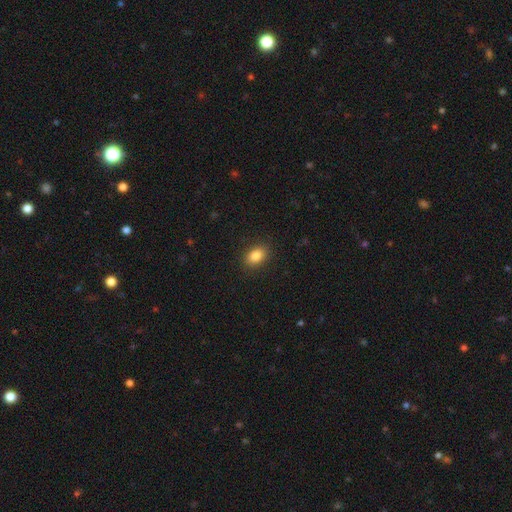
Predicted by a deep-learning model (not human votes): Smooth or featured: smooth — 85% (star or artifact — 9%)
How rounded: in between — 81% (round — 18%)
Merging: none — 89% (minor disturbance — 8%)